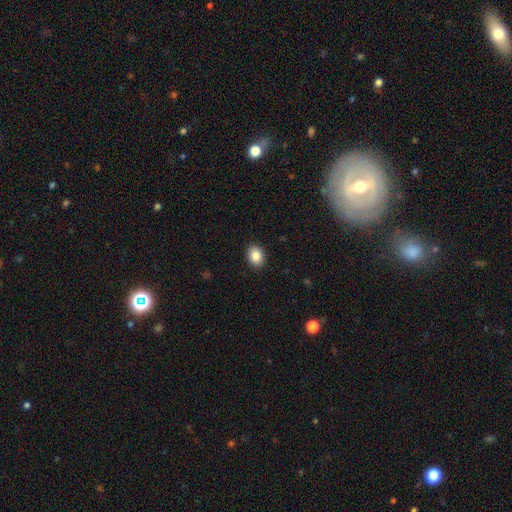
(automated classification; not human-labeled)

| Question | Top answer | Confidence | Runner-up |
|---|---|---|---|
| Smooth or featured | smooth | 86% | star or artifact (8%) |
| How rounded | in between | 65% | round (34%) |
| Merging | none | 90% | minor disturbance (7%) |